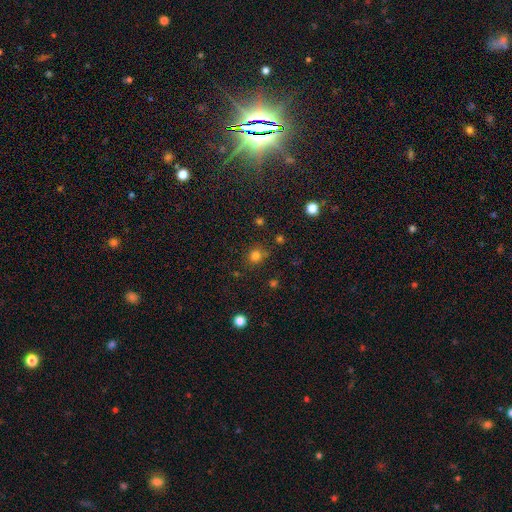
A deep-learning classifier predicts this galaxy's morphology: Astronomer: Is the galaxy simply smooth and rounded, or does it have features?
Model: smooth — 78%.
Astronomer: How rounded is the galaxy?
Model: round — 86%.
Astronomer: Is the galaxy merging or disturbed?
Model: none — 79%.